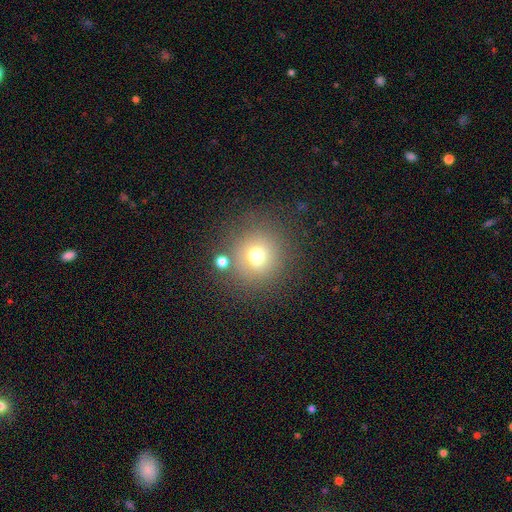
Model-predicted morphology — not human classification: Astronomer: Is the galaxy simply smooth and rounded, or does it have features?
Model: smooth — 69%.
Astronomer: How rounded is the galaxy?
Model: round — 92%.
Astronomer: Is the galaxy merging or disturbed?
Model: none — 78%.